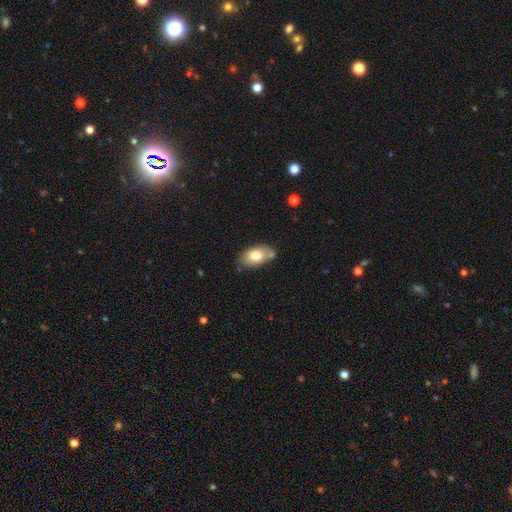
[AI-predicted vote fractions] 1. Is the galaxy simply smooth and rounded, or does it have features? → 75% smooth, 18% featured or disk, 7% star or artifact.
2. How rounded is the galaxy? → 91% in between, 6% round, 2% cigar-shaped.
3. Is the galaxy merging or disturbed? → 67% none, 19% minor disturbance, 11% merger, 4% major disturbance.